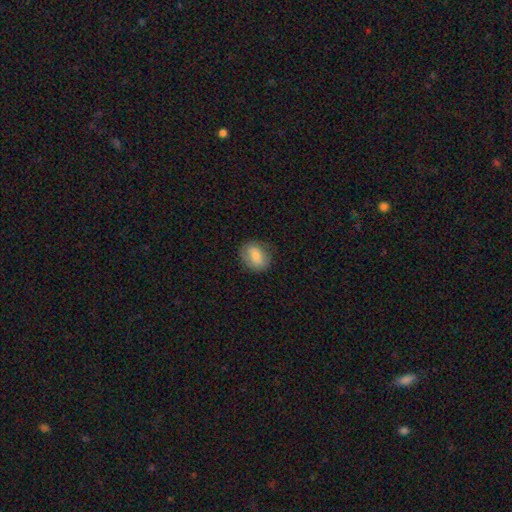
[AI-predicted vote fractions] The model was most divided on "how rounded": in between: 55%, round: 44%, cigar-shaped: 1%. More confident: merging — none (78%); smooth or featured — smooth (75%).